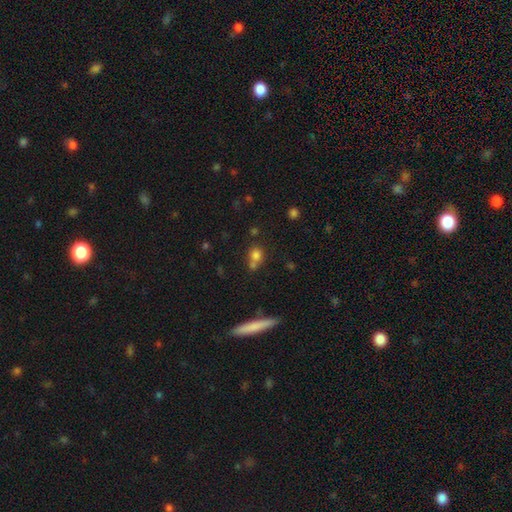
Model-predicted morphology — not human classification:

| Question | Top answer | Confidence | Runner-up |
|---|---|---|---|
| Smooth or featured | smooth | 76% | star or artifact (13%) |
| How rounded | round | 60% | in between (35%) |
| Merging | none | 42% | merger (39%) |